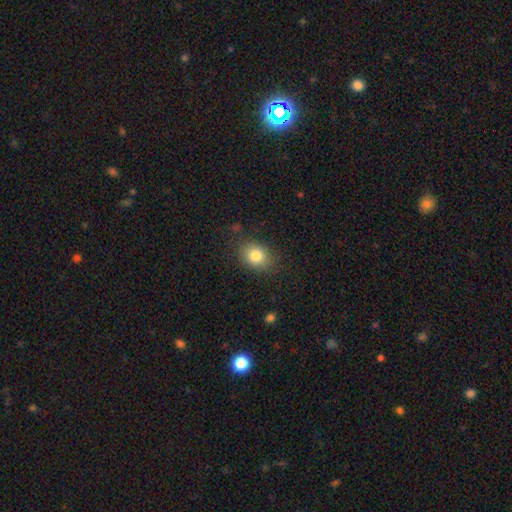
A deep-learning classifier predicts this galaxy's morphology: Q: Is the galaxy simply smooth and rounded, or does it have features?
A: smooth — 81%.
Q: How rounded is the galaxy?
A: in between — 55%.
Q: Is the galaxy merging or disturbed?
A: none — 81%.